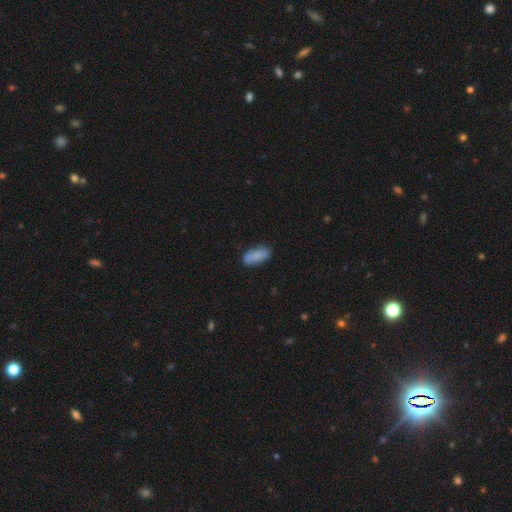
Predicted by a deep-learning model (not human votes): smooth-or-featured: smooth: 86% | featured or disk: 8% | star or artifact: 7%
  how-rounded: in between: 80% | cigar-shaped: 18% | round: 2%
  merging: none: 79% | minor disturbance: 16% | major disturbance: 3% | merger: 2%